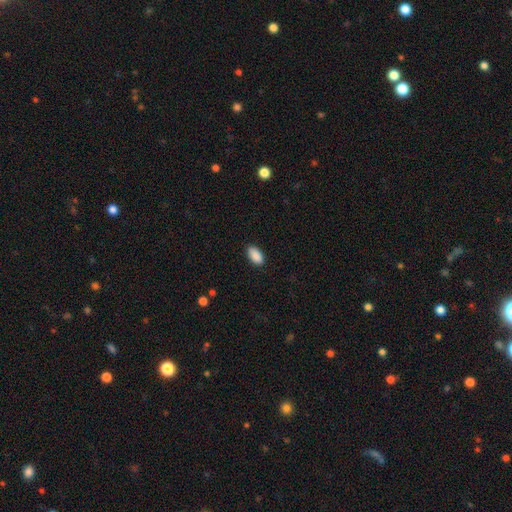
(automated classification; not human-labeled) The model was most divided on "merging": none: 88%, minor disturbance: 9%, major disturbance: 2%, merger: 1%. More confident: how rounded — in between (94%); smooth or featured — smooth (90%).